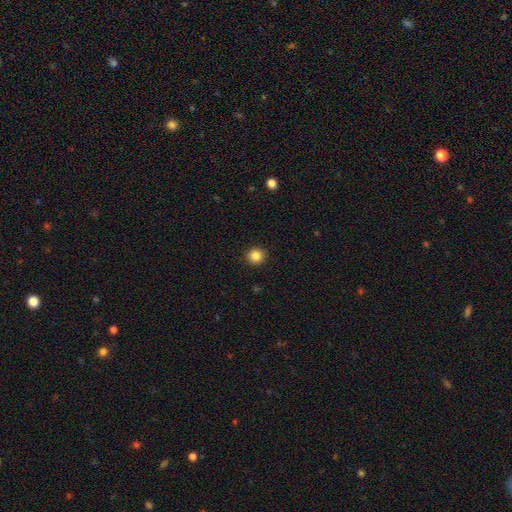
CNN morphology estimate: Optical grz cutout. It shows a smooth galaxy with no disk features (85%) that is round (94%). Merging: none (93%).